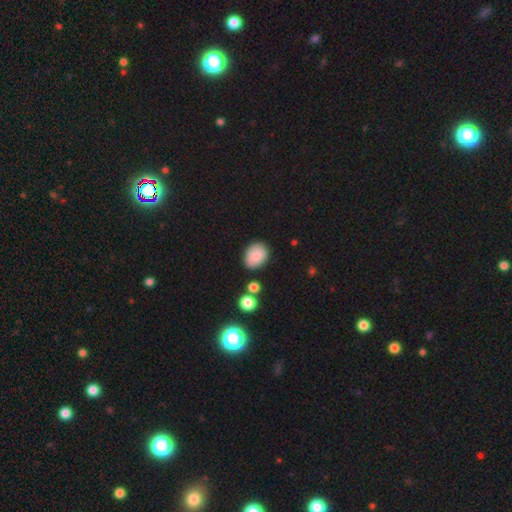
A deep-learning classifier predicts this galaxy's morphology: This appears to be a smooth galaxy with no disk features (85%) that is in between round and cigar-shaped (68%). Merging: none (77%).